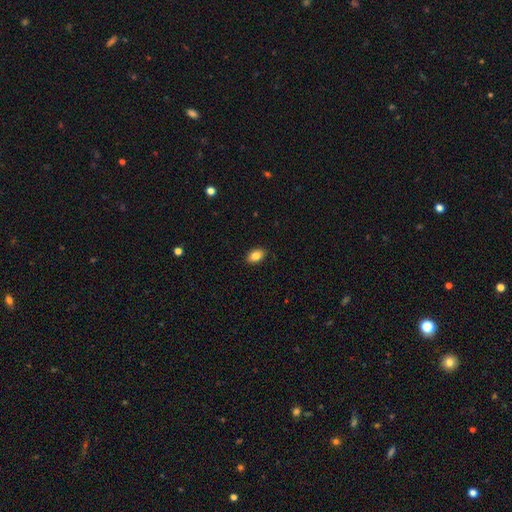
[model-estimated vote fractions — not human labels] smooth_or_featured: smooth (p=0.85) [alt: star or artifact p=0.08]
how_rounded: in between (p=0.88) [alt: round p=0.11]
merging: none (p=0.89) [alt: minor disturbance p=0.08]